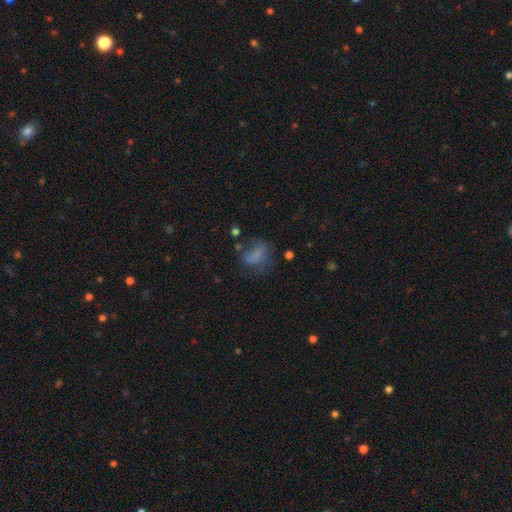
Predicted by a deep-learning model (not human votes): Morphology: type=smooth (61%); roundness=in between (72%); merging=none (38%).